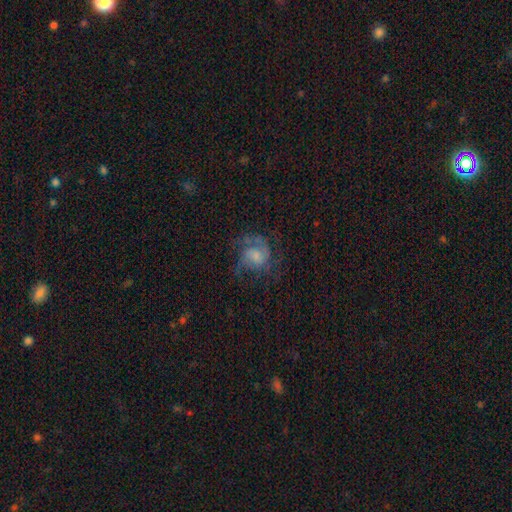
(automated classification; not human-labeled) The model was most divided on "bulge size": small: 37%, moderate: 34%, none: 17%, large: 10%, dominant: 2%. Remaining: edge-on disk — no (98%); spiral arms — yes (88%); smooth or featured — featured or disk (68%); bar — no (64%); merging — none (58%); spiral winding — medium (48%); spiral arm count — 2 (33%).